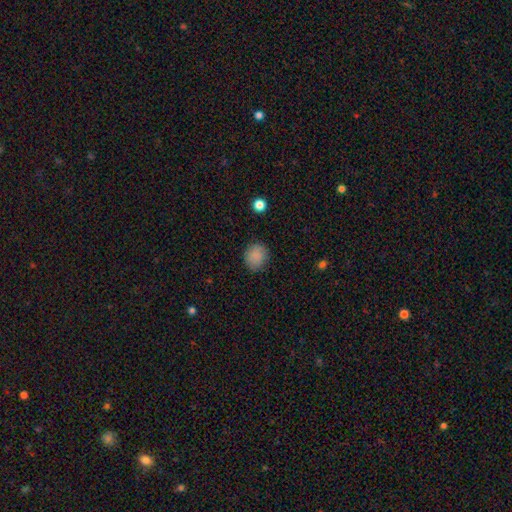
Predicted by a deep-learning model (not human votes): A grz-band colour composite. It shows a smooth galaxy with no disk features (86%) that is round (78%). Merging: none (86%).